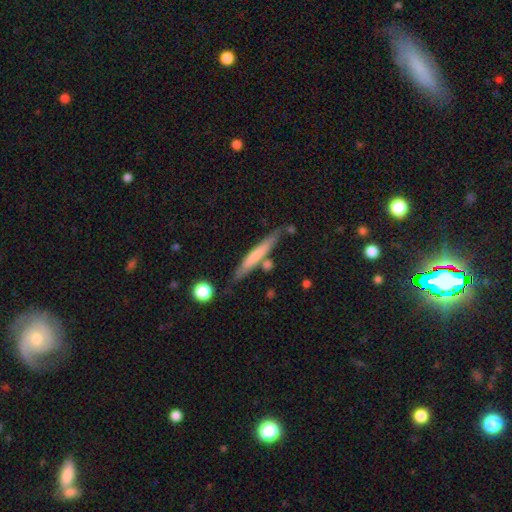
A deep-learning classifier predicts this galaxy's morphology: smooth-or-featured: smooth: 58% | featured or disk: 36% | star or artifact: 6%
  how-rounded: cigar-shaped: 94% | in between: 4% | round: 1%
  merging: none: 76% | minor disturbance: 13% | merger: 8% | major disturbance: 3%